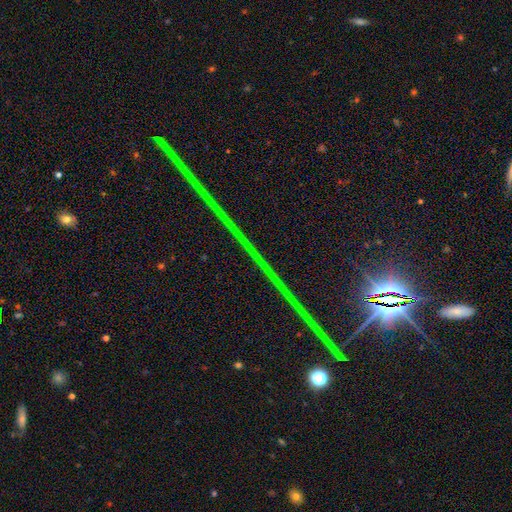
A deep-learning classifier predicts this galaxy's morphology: The model was most divided on "smooth or featured": star or artifact: 87%, featured or disk: 8%, smooth: 5%.